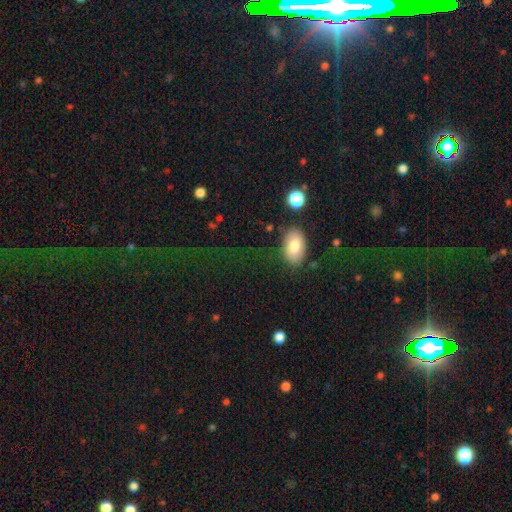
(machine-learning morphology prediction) smooth_or_featured: smooth (p=0.54) [alt: star or artifact p=0.29]
how_rounded: in between (p=0.78) [alt: round p=0.18]
merging: none (p=0.73) [alt: minor disturbance p=0.13]